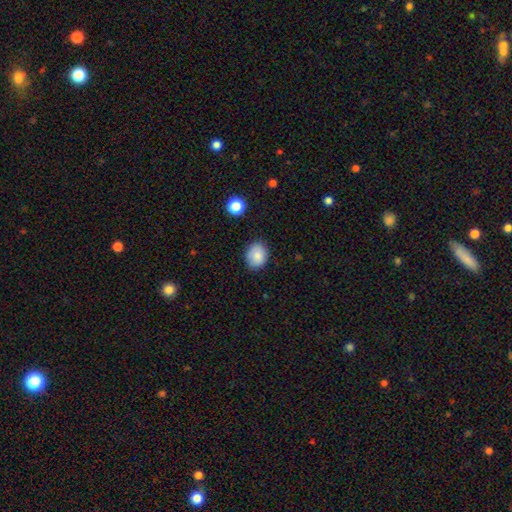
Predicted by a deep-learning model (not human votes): smooth 84%, star or artifact 9%, featured or disk 7%. Down the decision tree: how rounded — round (57%); merging — none (84%).